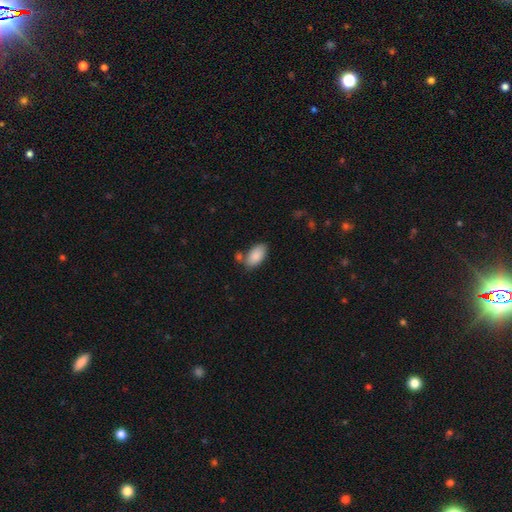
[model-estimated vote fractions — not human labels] A smooth galaxy with no disk features (87%) that is in between round and cigar-shaped (94%). Merging: none (64%).